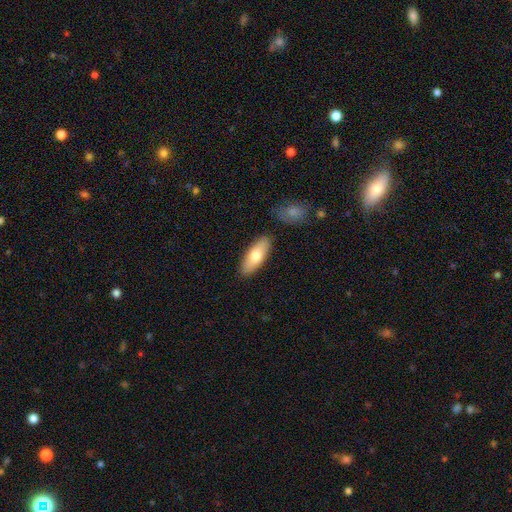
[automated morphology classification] A smooth galaxy with no disk features (74%) that is in between round and cigar-shaped (74%). Merging: none (87%).